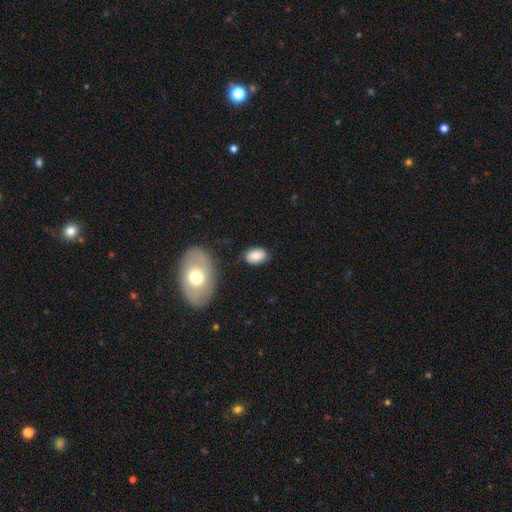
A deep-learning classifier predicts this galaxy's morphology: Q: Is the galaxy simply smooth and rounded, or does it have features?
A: smooth — 80%.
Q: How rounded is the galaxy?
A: in between — 85%.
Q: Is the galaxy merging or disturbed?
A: none — 76%.